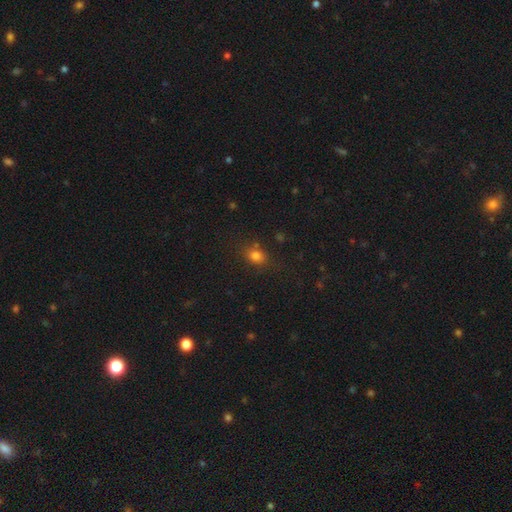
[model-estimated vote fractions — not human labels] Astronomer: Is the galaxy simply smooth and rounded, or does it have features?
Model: smooth — 77%.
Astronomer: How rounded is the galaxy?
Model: in between — 55% (runner-up: round, 43%).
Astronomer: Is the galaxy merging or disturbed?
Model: none — 76%.